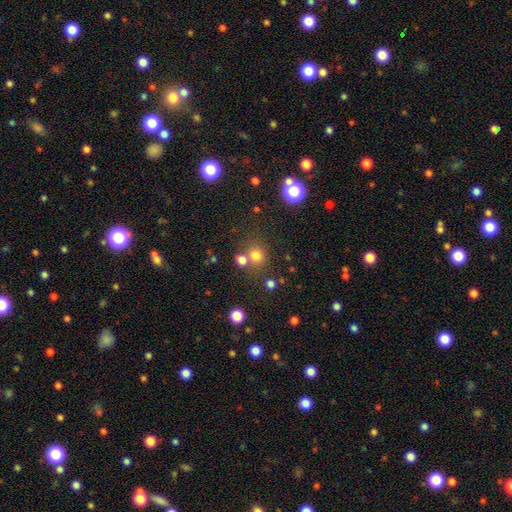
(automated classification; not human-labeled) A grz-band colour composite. It shows a smooth galaxy with no disk features (75%) that is round (80%). Merging: none (60%).